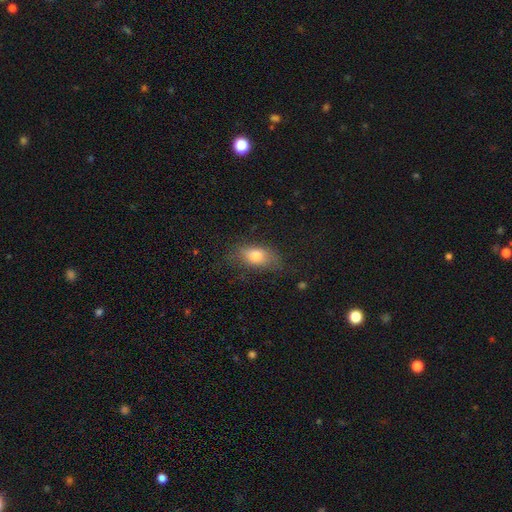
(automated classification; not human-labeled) Morphology: type=smooth (74%); roundness=in between (84%); merging=none (62%).